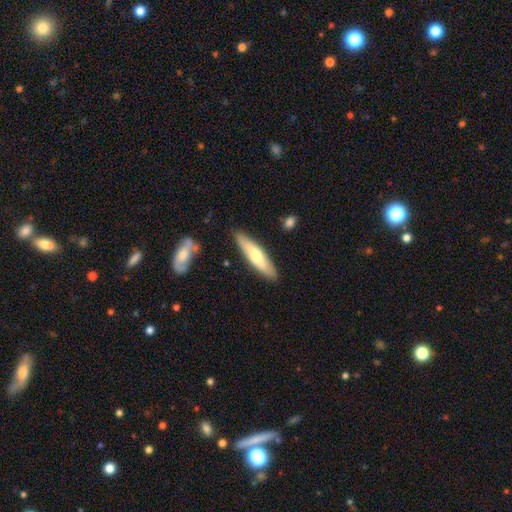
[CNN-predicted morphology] Overall: smooth (56%; featured or disk 39%). How rounded: cigar-shaped (71%). Merging: none (86%).